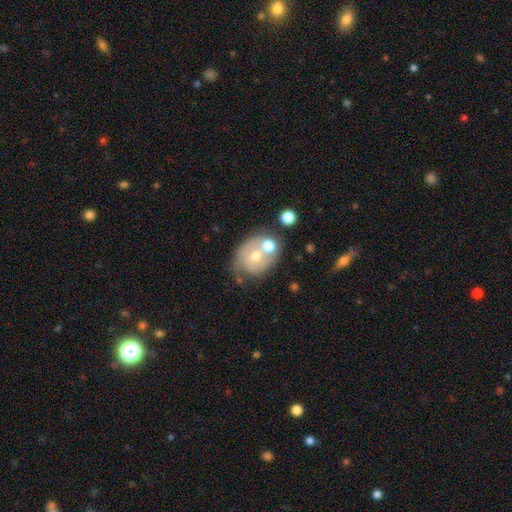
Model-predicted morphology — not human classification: This appears to be a featured or disk galaxy (53%) with no bar (80%), no spiral arms (52%) and a moderate central bulge (60%). Merging: none (39%).